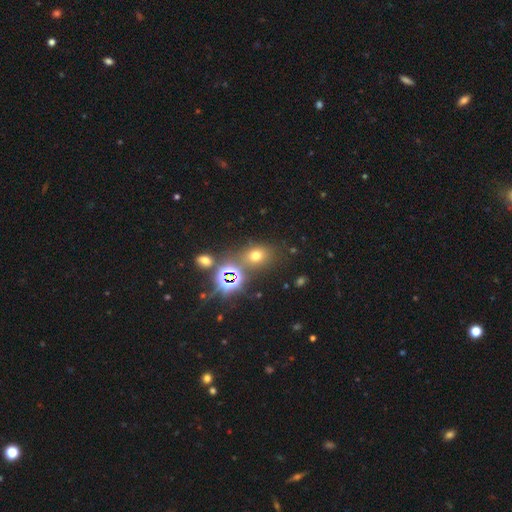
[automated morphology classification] A smooth galaxy with no disk features (57%) that is round (54%). Merging: none (72%).